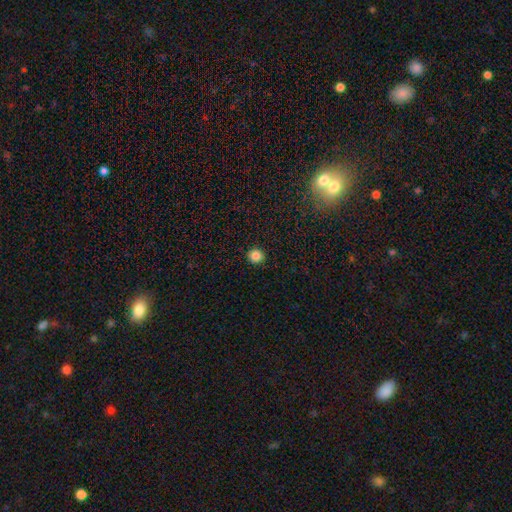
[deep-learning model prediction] Smooth or featured?
  - smooth: 85% *
  - star or artifact: 11%
  - featured or disk: 4%
How rounded?
  - round: 90% *
  - in between: 9%
  - cigar-shaped: 1%
Merging?
  - none: 92% *
  - minor disturbance: 5%
  - major disturbance: 2%
  - merger: 1%